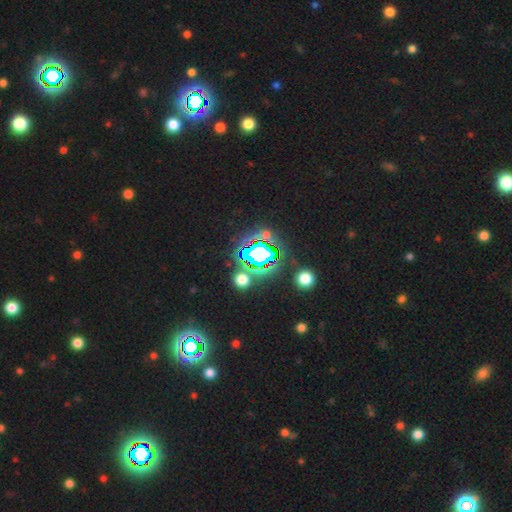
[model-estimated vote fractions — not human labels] This appears to be a star or artifact, not a galaxy (69%).